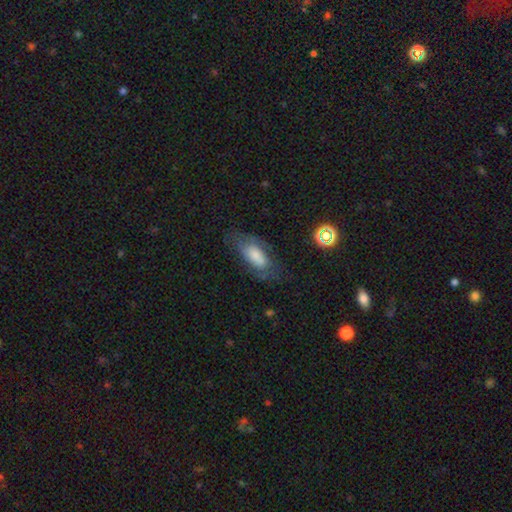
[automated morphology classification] The model was most divided on "smooth or featured": smooth: 56%, featured or disk: 35%, star or artifact: 9%. More confident: how rounded — in between (87%); merging — none (57%).